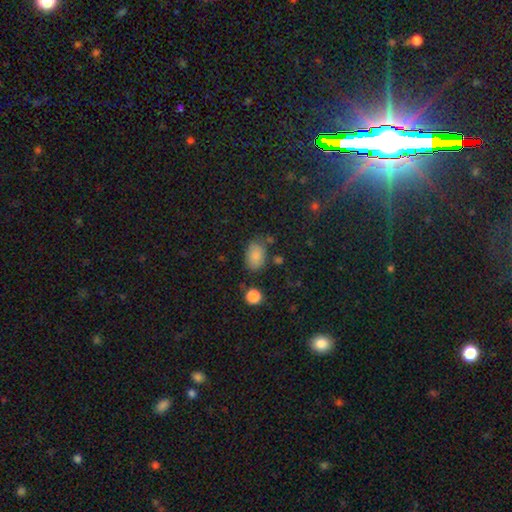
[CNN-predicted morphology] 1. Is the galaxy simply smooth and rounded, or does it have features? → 84% smooth, 10% star or artifact, 6% featured or disk.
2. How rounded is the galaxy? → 83% in between, 15% round, 1% cigar-shaped.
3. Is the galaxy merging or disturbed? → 72% none, 18% minor disturbance, 5% major disturbance, 5% merger.